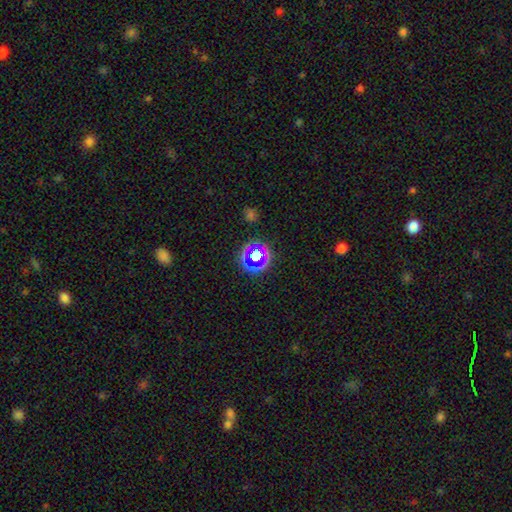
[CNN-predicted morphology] This is possibly a star or artifact rather than a galaxy (50%).